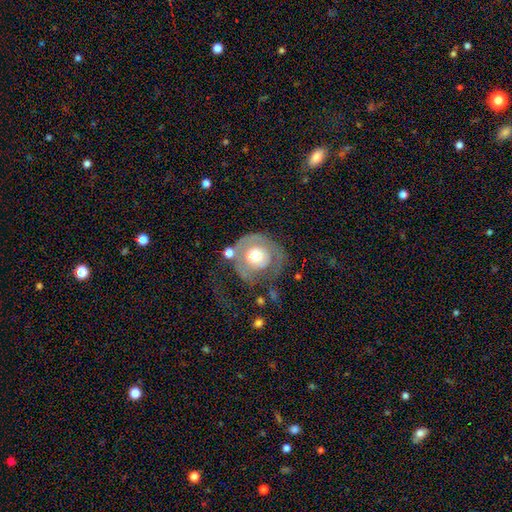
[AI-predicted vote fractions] Smooth or featured? featured or disk (62%)
Edge-on disk? no (97%)
Bar? no (83%)
Spiral arms? yes (56%)
Bulge size? moderate (58%)
Merging? none (39%)